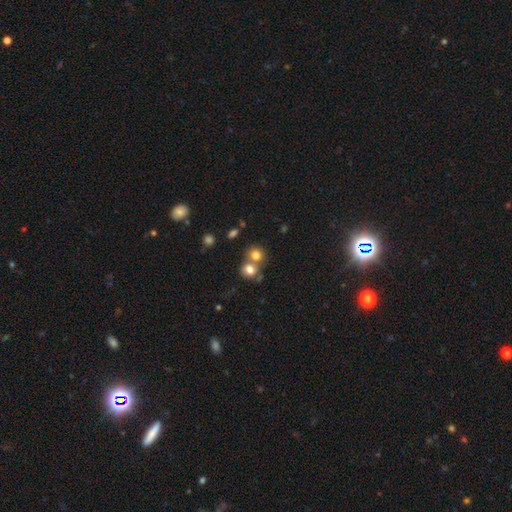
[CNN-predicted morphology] Q: Smooth or featured?
A: smooth (77%); runner-up: star or artifact (13%)
Q: How rounded?
A: round (82%); runner-up: in between (17%)
Q: Merging?
A: merger (47%); runner-up: none (43%)